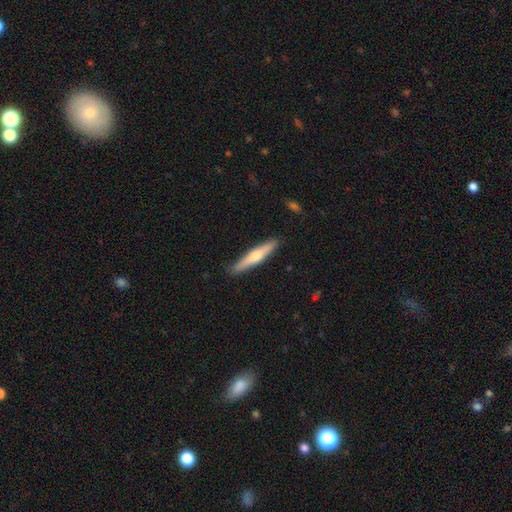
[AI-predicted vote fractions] Q: Smooth or featured?
A: featured or disk (47%); tied with: smooth (47%)
Q: Merging?
A: none (90%); runner-up: minor disturbance (8%)